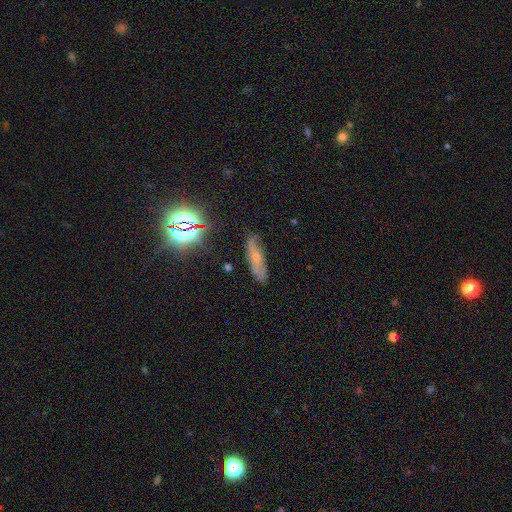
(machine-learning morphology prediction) A smooth galaxy with no disk features (48%). Merging: none (69%).